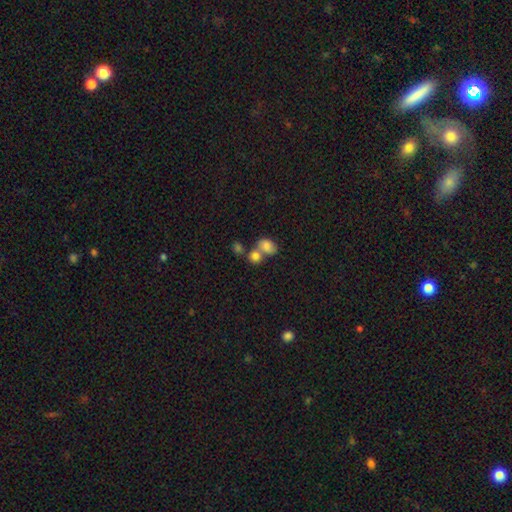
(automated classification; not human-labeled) Morphology: type=smooth (80%); roundness=round (63%); merging=merger (53%).